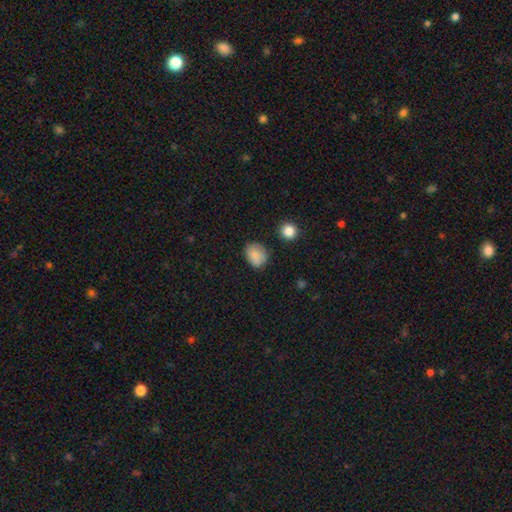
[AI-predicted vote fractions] A smooth galaxy with no disk features (83%) that is in between round and cigar-shaped (51%).

Vote fractions:
- Smooth or featured? smooth: 83% / star or artifact: 9% / featured or disk: 8%
- How rounded? in between: 51% / round: 48% / cigar-shaped: 1%
- Merging? none: 70% / minor disturbance: 22% / major disturbance: 5% / merger: 3%